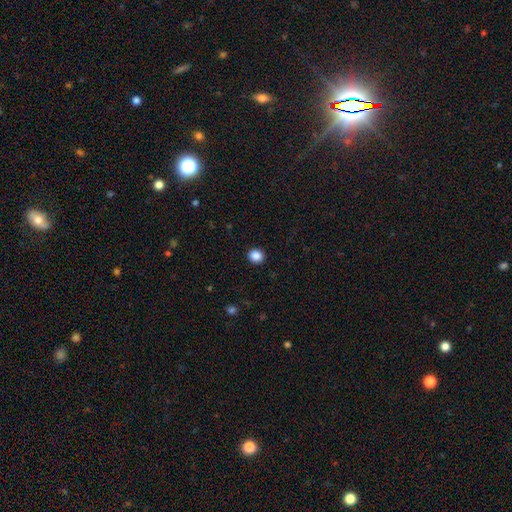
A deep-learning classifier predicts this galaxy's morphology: Smooth or featured: smooth — 87% (star or artifact — 10%)
How rounded: round — 80% (in between — 19%)
Merging: none — 92% (minor disturbance — 5%)